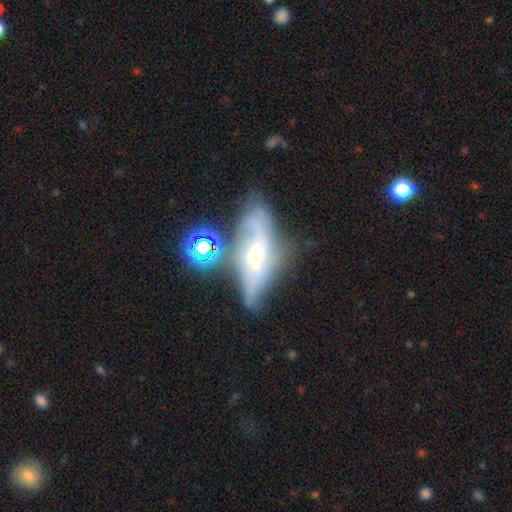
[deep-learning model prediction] smooth-or-featured: featured or disk: 65% | smooth: 24% | star or artifact: 12%
  disk-edge-on: no: 64% | yes: 36%
  merging: none: 39% | minor disturbance: 25% | major disturbance: 21% | merger: 15%